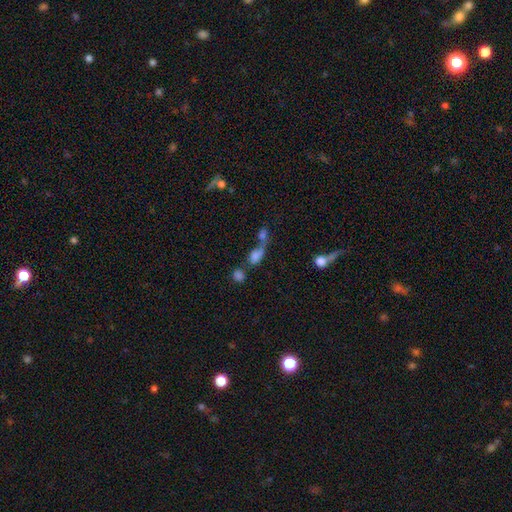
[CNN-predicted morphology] smooth 68%, featured or disk 17%, star or artifact 16%. Down the decision tree: how rounded — in between (67%); merging — merger (59%).